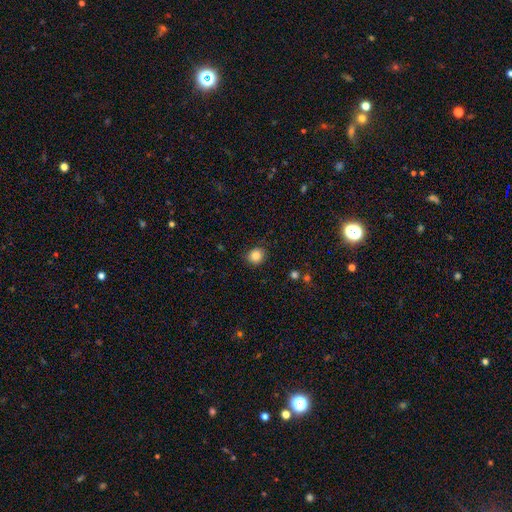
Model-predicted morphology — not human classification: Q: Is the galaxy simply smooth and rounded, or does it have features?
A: smooth — 86%.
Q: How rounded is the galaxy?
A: round — 85%.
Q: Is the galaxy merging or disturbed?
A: none — 85%.